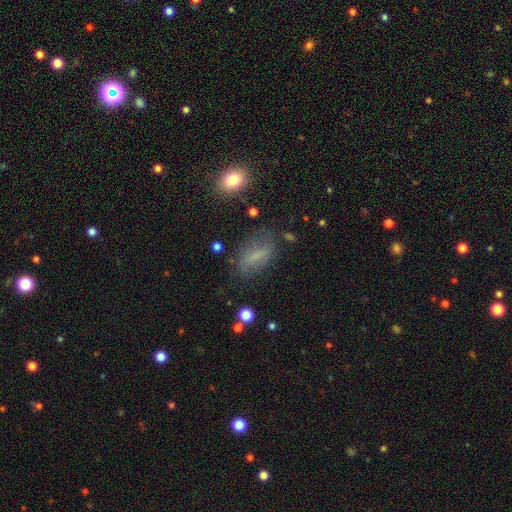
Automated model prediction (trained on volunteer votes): Morphology: type=smooth (54%); roundness=in between (79%); merging=none (60%).